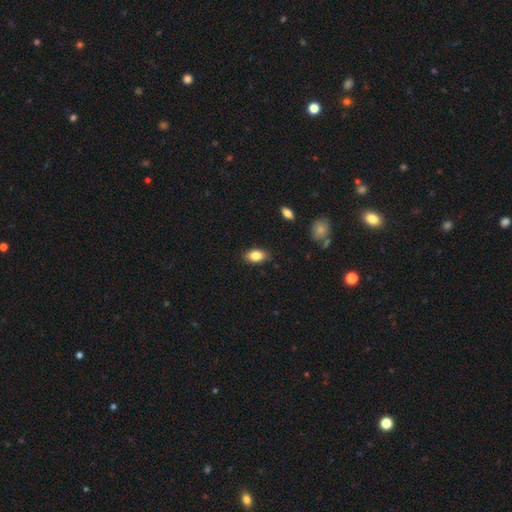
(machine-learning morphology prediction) The model was most divided on "merging": none: 84%, minor disturbance: 12%, major disturbance: 2%, merger: 1%. More confident: how rounded — in between (87%); smooth or featured — smooth (84%).